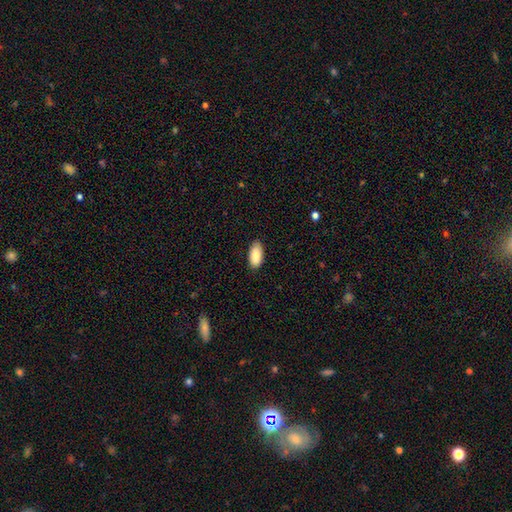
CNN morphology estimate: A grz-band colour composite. It shows a smooth galaxy with no disk features (88%) that is in between round and cigar-shaped (92%). Merging: none (85%).